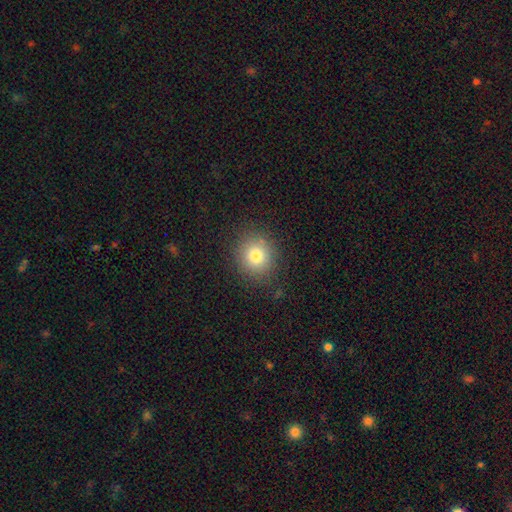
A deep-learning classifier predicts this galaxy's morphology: This appears to be a smooth galaxy with no disk features (78%) that is round (87%). Merging: none (86%).